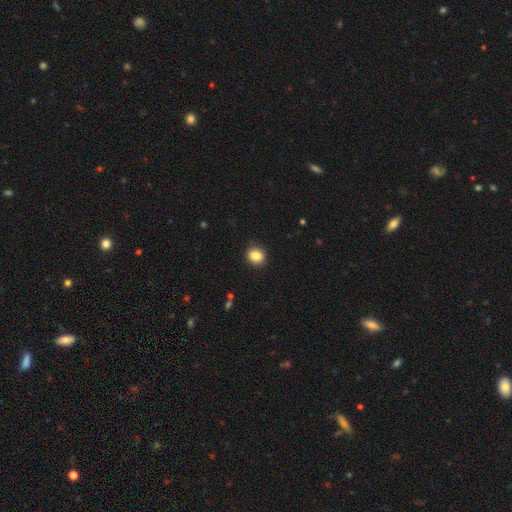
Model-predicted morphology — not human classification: Q: Smooth or featured?
A: smooth (86%); runner-up: star or artifact (9%)
Q: How rounded?
A: round (80%); runner-up: in between (19%)
Q: Merging?
A: none (90%); runner-up: minor disturbance (7%)